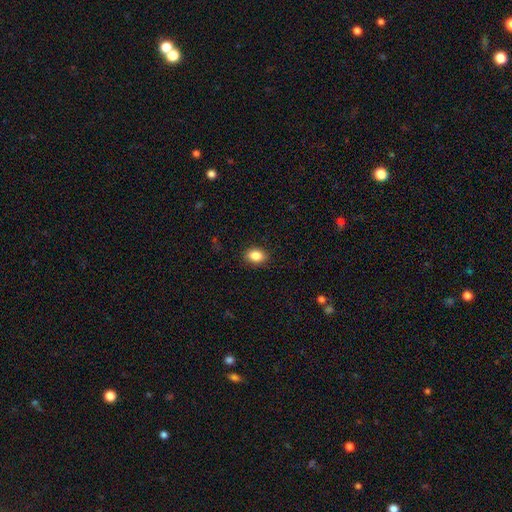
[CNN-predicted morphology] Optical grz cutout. It shows a smooth galaxy with no disk features (87%) that is in between round and cigar-shaped (74%). Merging: none (88%).